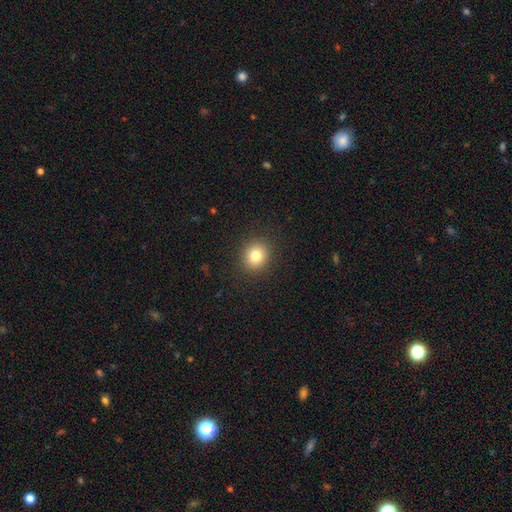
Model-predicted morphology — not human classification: The model was most divided on "how rounded": round: 79%, in between: 20%, cigar-shaped: 1%. More confident: merging — none (90%); smooth or featured — smooth (80%).